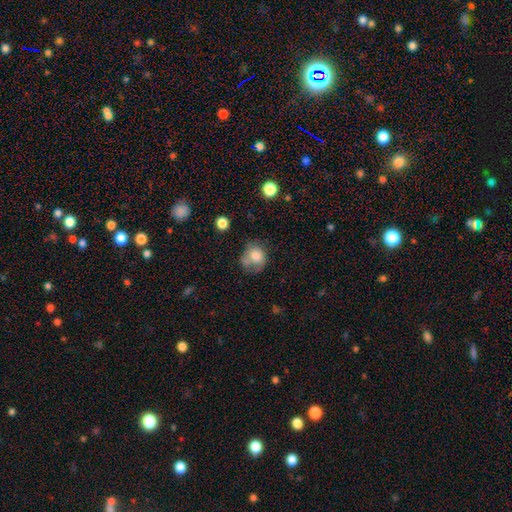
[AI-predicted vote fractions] smooth-or-featured: smooth: 72% | featured or disk: 19% | star or artifact: 9%
  how-rounded: round: 64% | in between: 35% | cigar-shaped: 1%
  merging: none: 40% | minor disturbance: 28% | major disturbance: 18% | merger: 15%